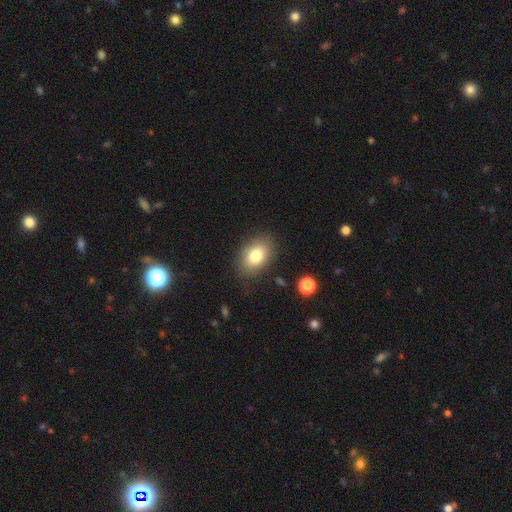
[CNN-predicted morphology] A smooth galaxy with no disk features (80%) that is in between round and cigar-shaped (82%). Merging: none (84%).